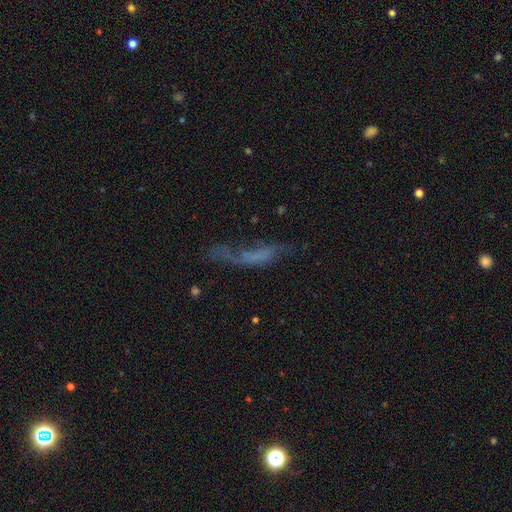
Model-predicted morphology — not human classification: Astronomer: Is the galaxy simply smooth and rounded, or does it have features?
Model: featured or disk — 45% (runner-up: smooth, 39%).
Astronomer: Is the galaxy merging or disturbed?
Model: major disturbance — 36% (runner-up: none, 35%).